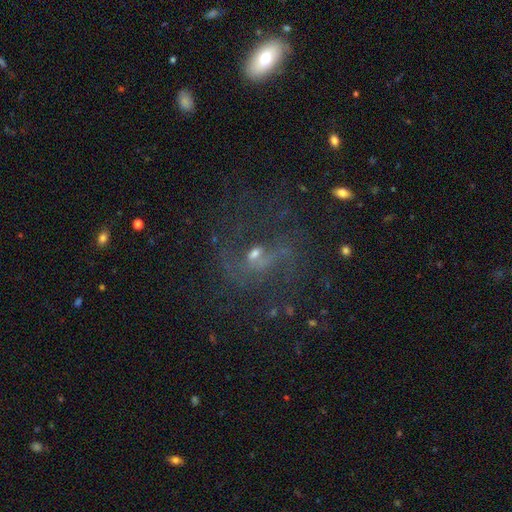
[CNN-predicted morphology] Smooth or featured?
  - featured or disk: 61% *
  - star or artifact: 21%
  - smooth: 18%
Edge-on disk?
  - no: 96% *
  - yes: 4%
Bar?
  - no: 49% *
  - weak: 39%
  - strong: 12%
Spiral arms?
  - yes: 65% *
  - no: 35%
Bulge size?
  - small: 51% *
  - moderate: 36%
  - none: 7%
  - large: 3%
  - dominant: 2%
Merging?
  - none: 52% *
  - major disturbance: 24%
  - minor disturbance: 17%
  - merger: 7%